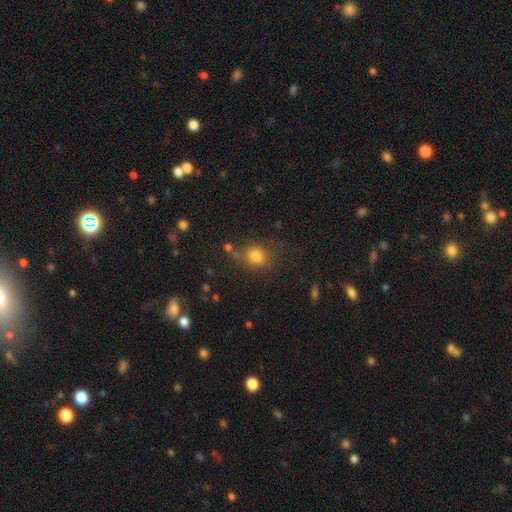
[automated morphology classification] smooth 79%, star or artifact 13%, featured or disk 7%. Down the decision tree: how rounded — round (56%); merging — none (67%).